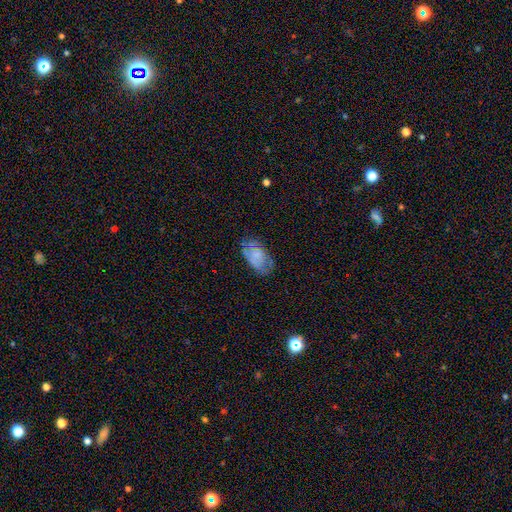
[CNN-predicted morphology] Smooth or featured? Predicted: smooth (p=0.60). How rounded? Predicted: in between (p=0.93). Merging? Predicted: none (p=0.59).